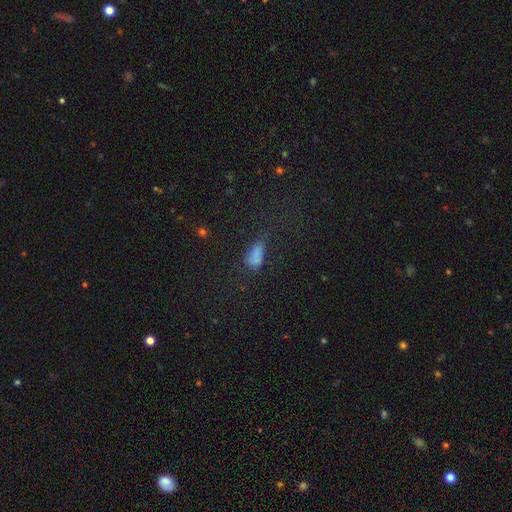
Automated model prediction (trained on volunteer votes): Smooth or featured: smooth — 67% (star or artifact — 21%)
How rounded: in between — 79% (cigar-shaped — 12%)
Merging: major disturbance — 34% (none — 31%)